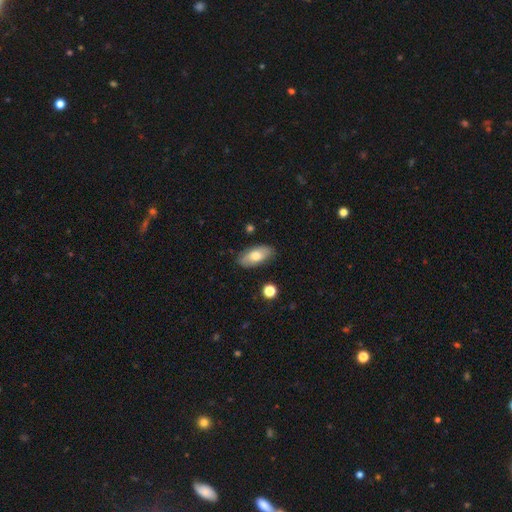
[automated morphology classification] type=smooth (68%); roundness=in between (90%); merging=none (84%).